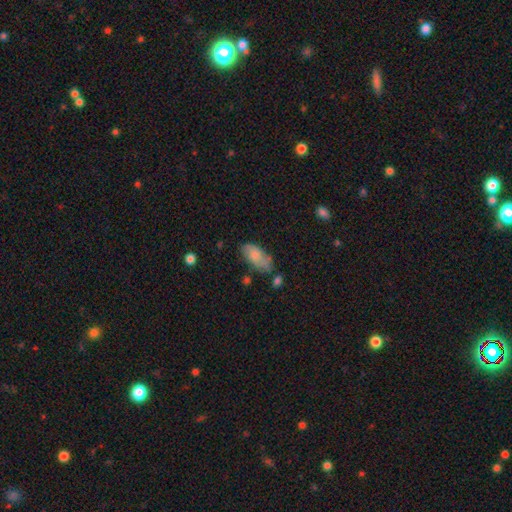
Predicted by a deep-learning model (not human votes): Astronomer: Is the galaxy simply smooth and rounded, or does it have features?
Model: smooth — 72%.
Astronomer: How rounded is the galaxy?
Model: in between — 92%.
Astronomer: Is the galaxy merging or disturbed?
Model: none — 58%.